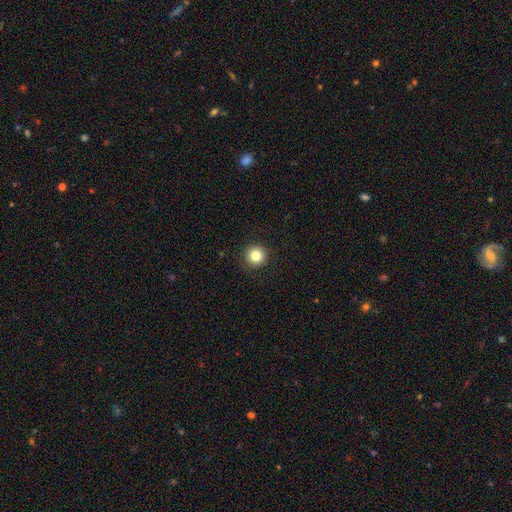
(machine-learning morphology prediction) Smooth or featured?
  - smooth: 83% *
  - star or artifact: 11%
  - featured or disk: 6%
How rounded?
  - round: 96% *
  - in between: 3%
  - cigar-shaped: 1%
Merging?
  - none: 93% *
  - minor disturbance: 4%
  - major disturbance: 2%
  - merger: 1%